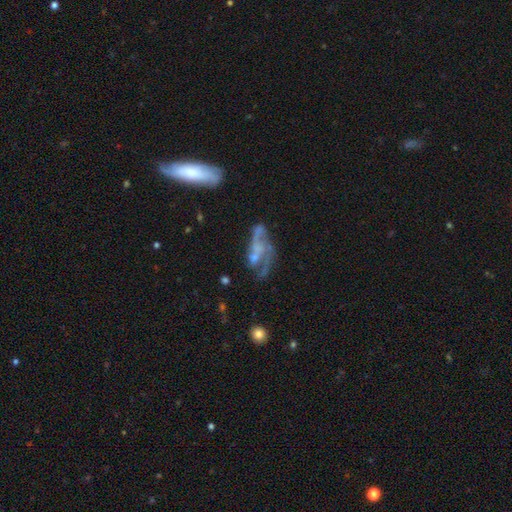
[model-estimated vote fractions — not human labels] Smooth or featured: featured or disk — 69% (smooth — 19%)
Edge-on disk: no — 91% (yes — 9%)
Bar: no — 68% (weak — 25%)
Spiral arms: yes — 65% (no — 35%)
Bulge size: none — 44% (small — 32%)
Merging: none — 37% (major disturbance — 29%)